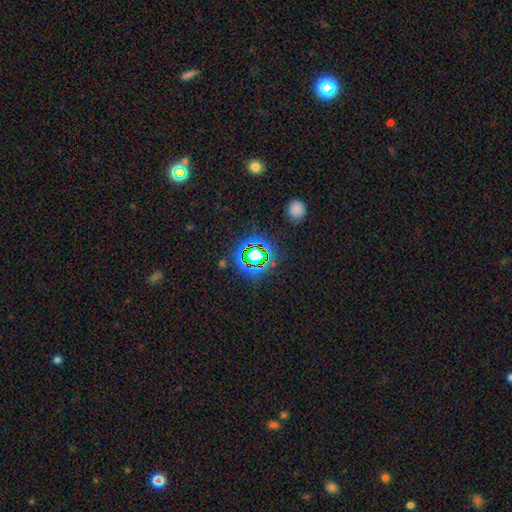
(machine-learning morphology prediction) smooth_or_featured: star or artifact (p=0.72) [alt: smooth p=0.18]